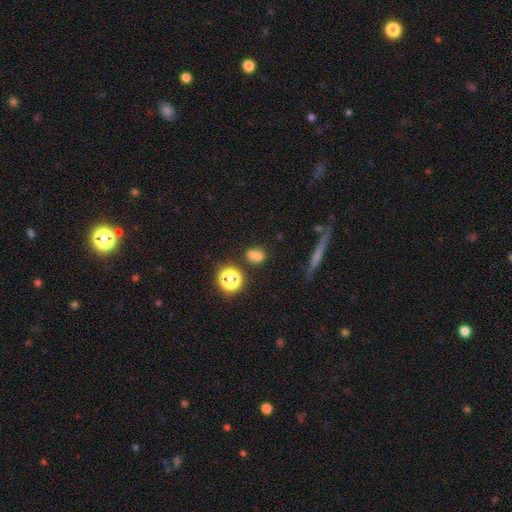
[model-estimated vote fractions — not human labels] This appears to be a smooth galaxy with no disk features (69%) that is in between round and cigar-shaped (52%). Merging: none (55%).